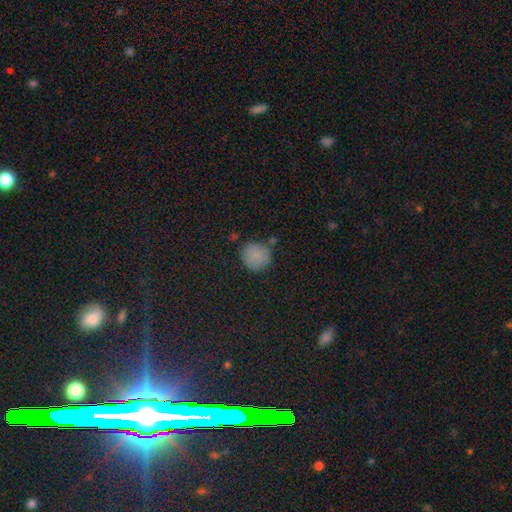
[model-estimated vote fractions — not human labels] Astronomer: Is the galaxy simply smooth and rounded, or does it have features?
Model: smooth — 83%.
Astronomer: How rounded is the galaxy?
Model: round — 91%.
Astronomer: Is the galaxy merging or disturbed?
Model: none — 73%.